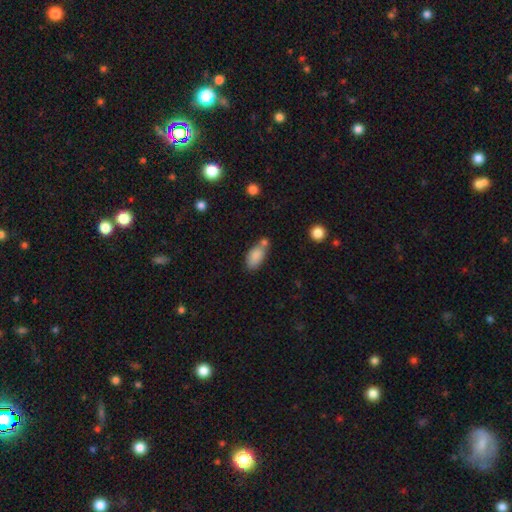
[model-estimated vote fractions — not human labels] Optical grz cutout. It shows a smooth galaxy with no disk features (85%) that is in between round and cigar-shaped (91%). Merging: none (51%).